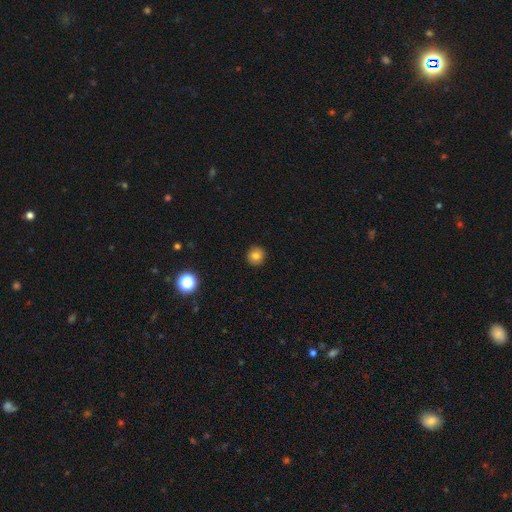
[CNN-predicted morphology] Overall: smooth (81%). How rounded: round (94%). Merging: none (92%).